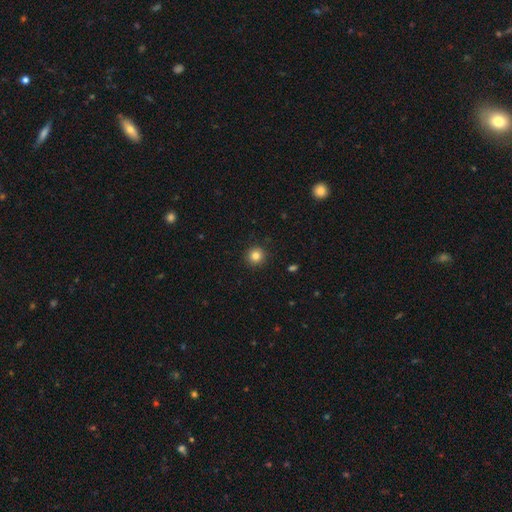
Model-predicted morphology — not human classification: type=smooth (83%); roundness=round (94%); merging=none (92%).